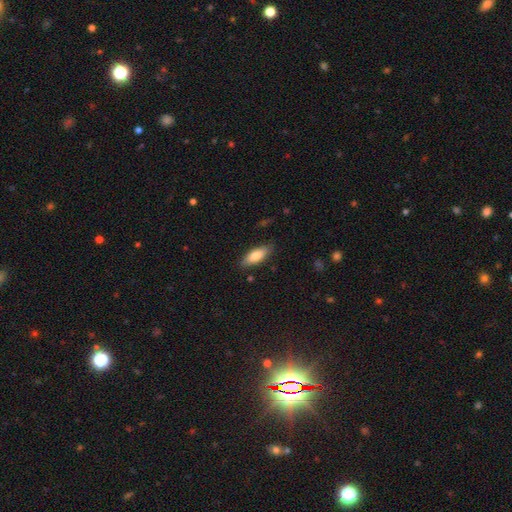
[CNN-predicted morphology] smooth-or-featured: smooth: 79% | featured or disk: 15% | star or artifact: 6%
  how-rounded: in between: 72% | cigar-shaped: 26% | round: 2%
  merging: none: 83% | minor disturbance: 13% | major disturbance: 3% | merger: 1%